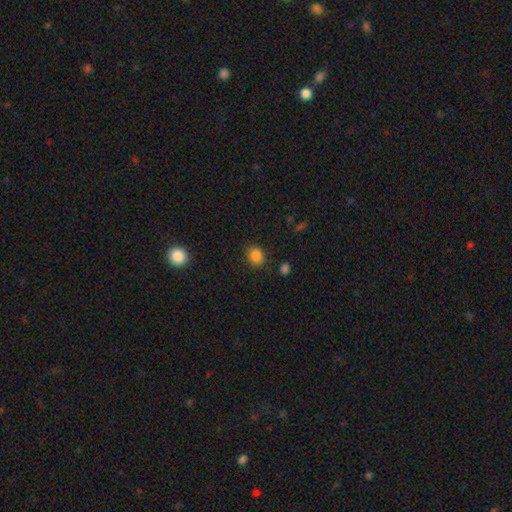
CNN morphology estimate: smooth-or-featured: smooth: 84% | star or artifact: 12% | featured or disk: 4%
  how-rounded: round: 66% | in between: 33% | cigar-shaped: 1%
  merging: none: 83% | minor disturbance: 11% | major disturbance: 3% | merger: 2%